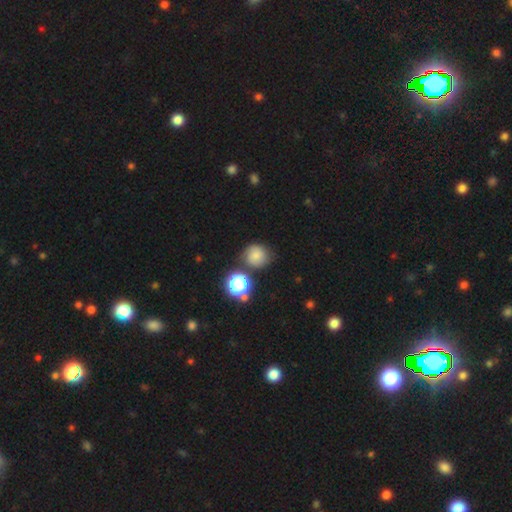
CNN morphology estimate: Smooth or featured? smooth (68%)
How rounded? round (85%)
Merging? none (68%)